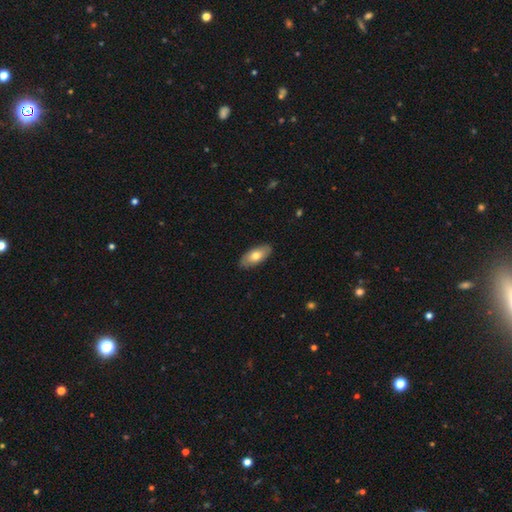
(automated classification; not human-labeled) smooth 69%, featured or disk 25%, star or artifact 6%. Down the decision tree: how rounded — in between (89%); merging — none (87%).